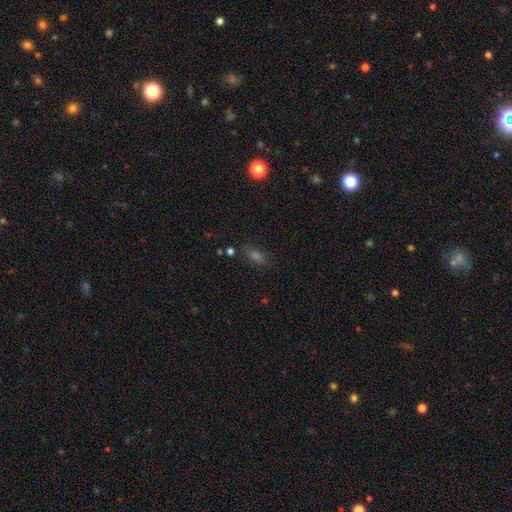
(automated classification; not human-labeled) smooth 61%, star or artifact 29%, featured or disk 10%. Down the decision tree: how rounded — in between (77%); merging — none (77%).